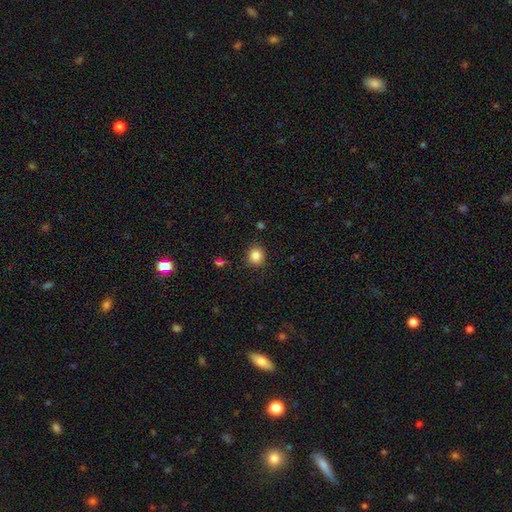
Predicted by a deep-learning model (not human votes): Smooth or featured? smooth (85%)
How rounded? round (86%)
Merging? none (88%)